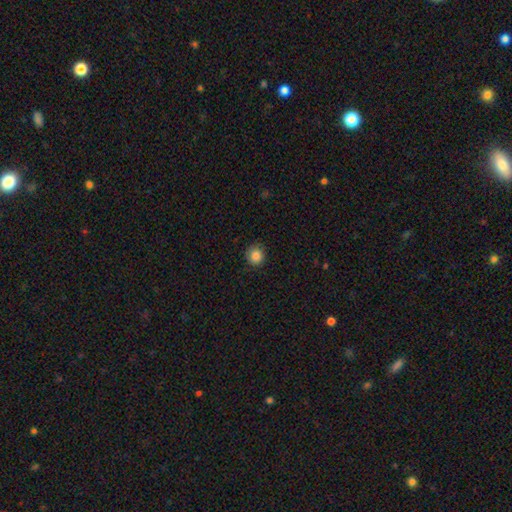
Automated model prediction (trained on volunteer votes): The model was most divided on "merging": none: 84%, minor disturbance: 12%, major disturbance: 3%, merger: 1%. More confident: how rounded — round (88%); smooth or featured — smooth (85%).